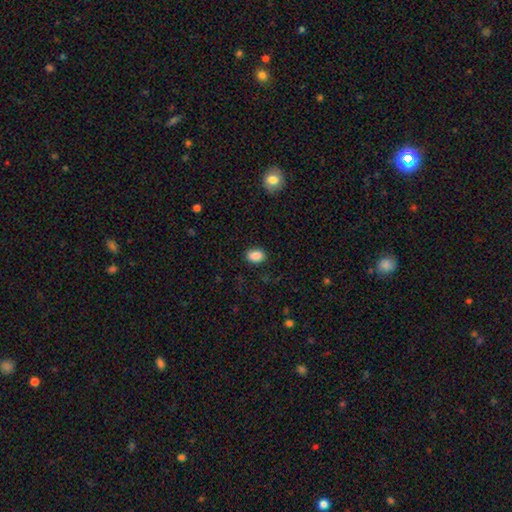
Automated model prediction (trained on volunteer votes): This is clearly a smooth galaxy (88%). How rounded: clearly in between (80%). Merging: clearly none (86%).